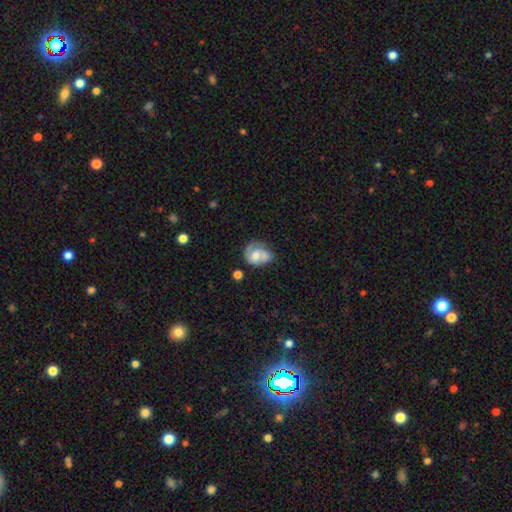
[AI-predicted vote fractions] Q: Smooth or featured?
A: featured or disk (48%); runner-up: smooth (44%)
Q: Merging?
A: none (33%); runner-up: minor disturbance (27%)